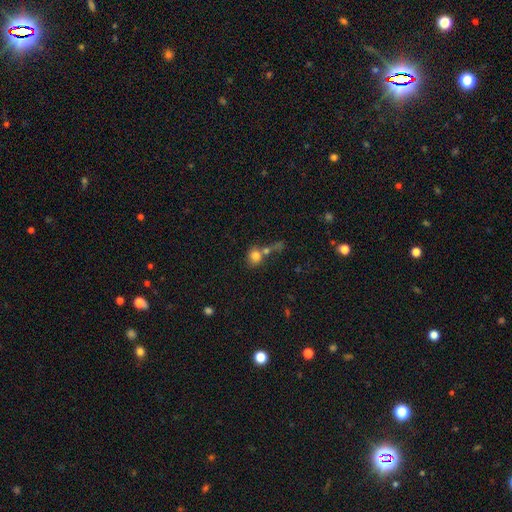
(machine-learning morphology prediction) type=smooth (78%); roundness=round (76%); merging=none (43%).